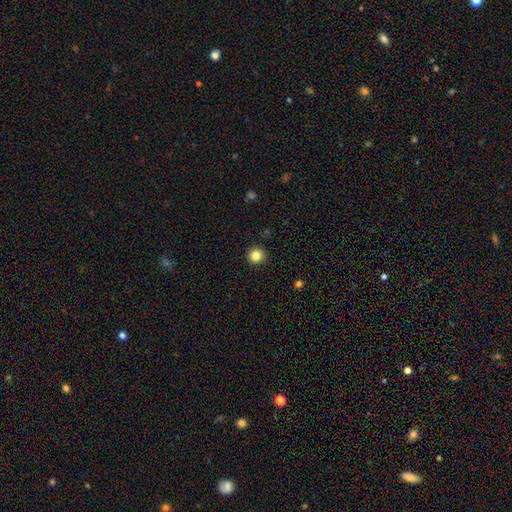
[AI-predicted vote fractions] Smooth or featured? smooth (84%)
How rounded? round (94%)
Merging? none (92%)